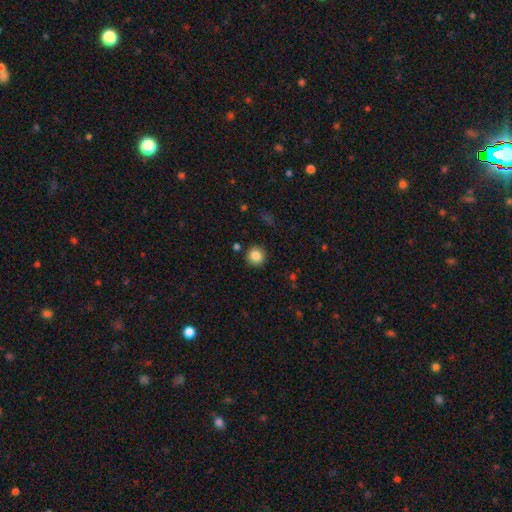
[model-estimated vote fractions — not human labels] Morphology: type=smooth (85%); roundness=round (92%); merging=none (90%).